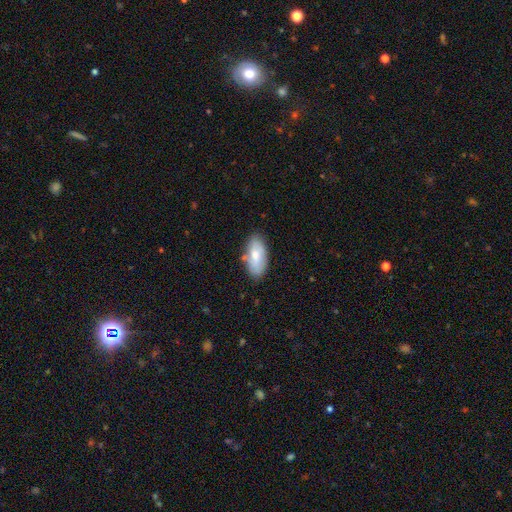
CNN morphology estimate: This is likely a smooth galaxy (73%). How rounded: clearly in between (91%). Merging: likely none (74%).